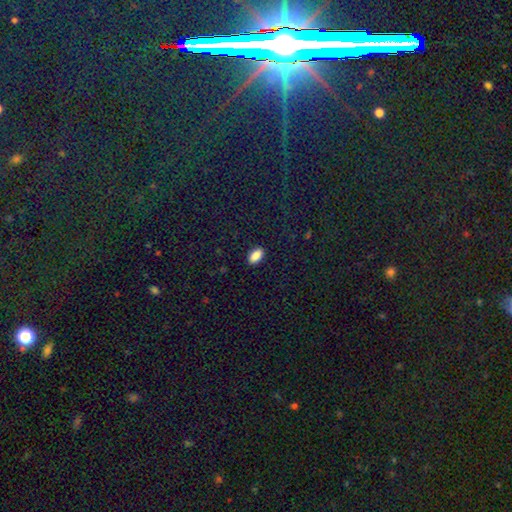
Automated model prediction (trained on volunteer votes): smooth 88%, star or artifact 8%, featured or disk 4%. Down the decision tree: how rounded — in between (93%); merging — none (89%).